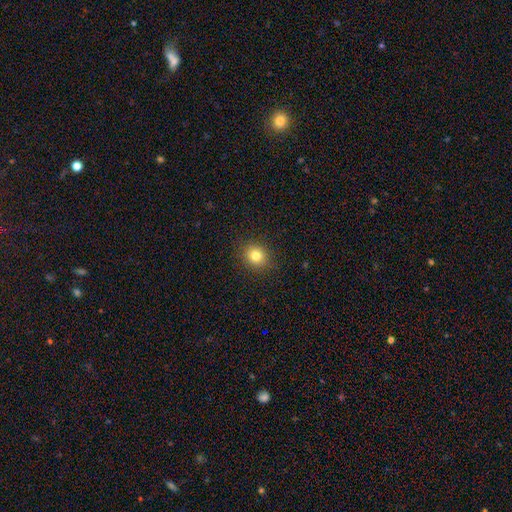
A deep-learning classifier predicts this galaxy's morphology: smooth-or-featured: smooth: 80% | star or artifact: 12% | featured or disk: 7%
  how-rounded: round: 78% | in between: 21% | cigar-shaped: 1%
  merging: none: 89% | minor disturbance: 8% | major disturbance: 2% | merger: 1%